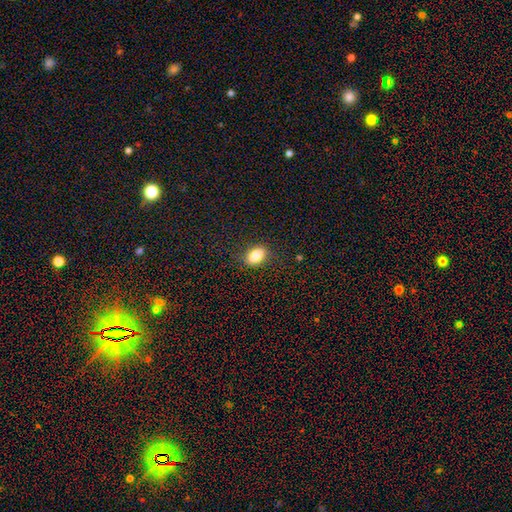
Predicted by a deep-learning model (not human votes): This appears to be a smooth galaxy with no disk features (83%) that is in between round and cigar-shaped (82%). Merging: none (83%).